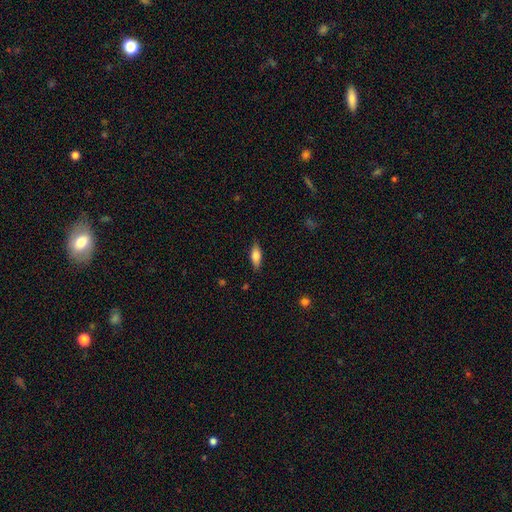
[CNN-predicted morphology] Smooth or featured?
  - smooth: 75% *
  - featured or disk: 19%
  - star or artifact: 7%
How rounded?
  - in between: 73% *
  - cigar-shaped: 24%
  - round: 3%
Merging?
  - none: 85% *
  - minor disturbance: 12%
  - major disturbance: 2%
  - merger: 1%